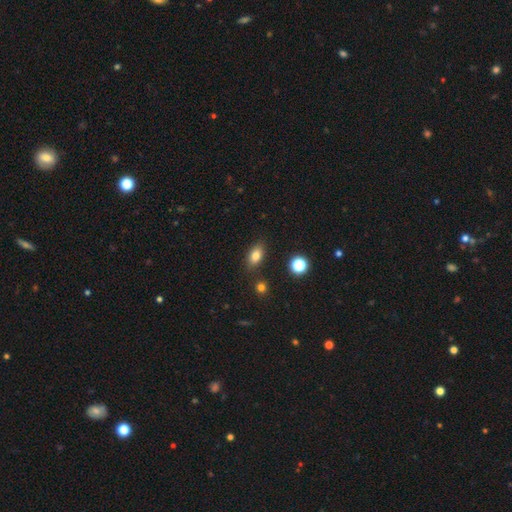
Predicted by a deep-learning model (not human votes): This appears to be a smooth galaxy with no disk features (80%) that is in between round and cigar-shaped (83%). Merging: none (83%).